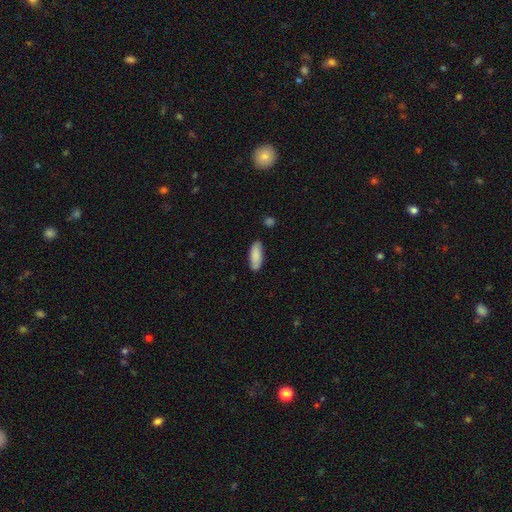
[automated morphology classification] Smooth or featured? Predicted: smooth (p=0.85). How rounded? Predicted: in between (p=0.74). Merging? Predicted: none (p=0.83).